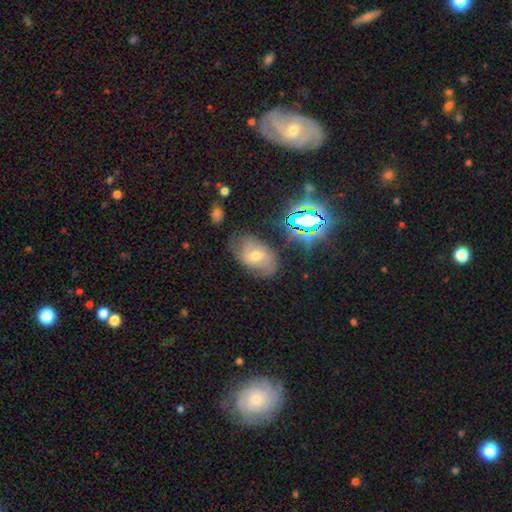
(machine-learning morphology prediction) featured or disk 54%, smooth 27%, star or artifact 19%. Down the decision tree: edge-on disk — no (94%); bar — weak (43%, tied with no); spiral arms — yes (81%); bulge size — moderate (64%); merging — none (66%).